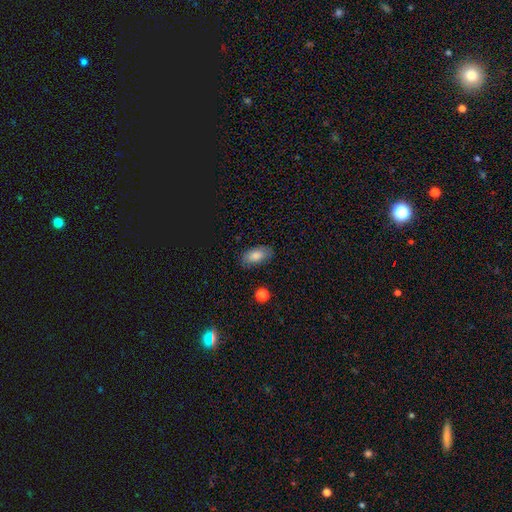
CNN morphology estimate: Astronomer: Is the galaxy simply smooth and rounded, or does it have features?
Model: smooth — 83%.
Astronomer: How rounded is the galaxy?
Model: in between — 92%.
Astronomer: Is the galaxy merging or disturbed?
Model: none — 81%.